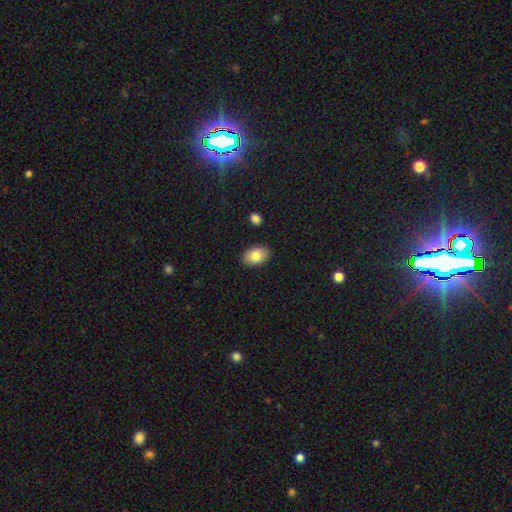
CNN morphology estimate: This appears to be a smooth galaxy with no disk features (82%) that is in between round and cigar-shaped (89%). Merging: none (87%).